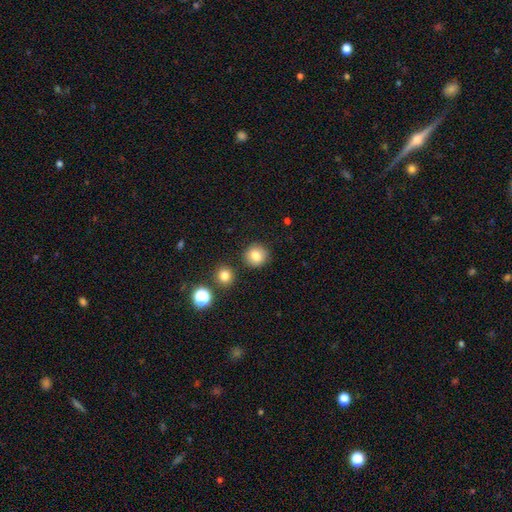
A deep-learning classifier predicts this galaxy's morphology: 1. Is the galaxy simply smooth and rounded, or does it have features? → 81% smooth, 11% star or artifact, 8% featured or disk.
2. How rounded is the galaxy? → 90% round, 9% in between, 1% cigar-shaped.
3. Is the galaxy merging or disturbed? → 87% none, 7% minor disturbance, 3% merger, 2% major disturbance.